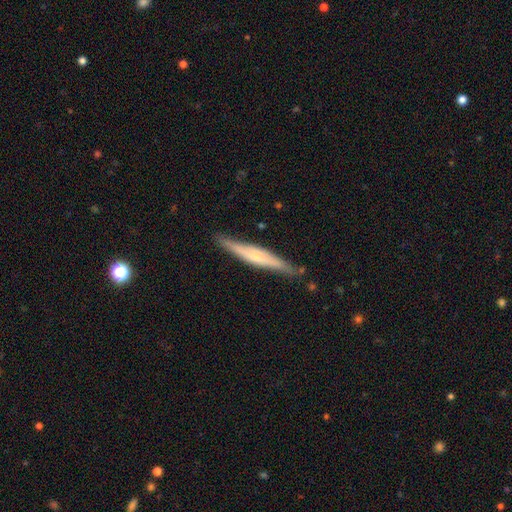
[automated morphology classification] A featured or disk galaxy (64%) viewed edge-on (95%) with a rounded central bulge (71%).

Vote fractions:
- Smooth or featured? featured or disk: 64% / smooth: 30% / star or artifact: 6%
- Edge-on disk? yes: 95% / no: 5%
- Edge-on bulge? rounded: 71% / none: 17% / boxy: 12%
- Merging? none: 84% / minor disturbance: 12% / major disturbance: 2% / merger: 2%